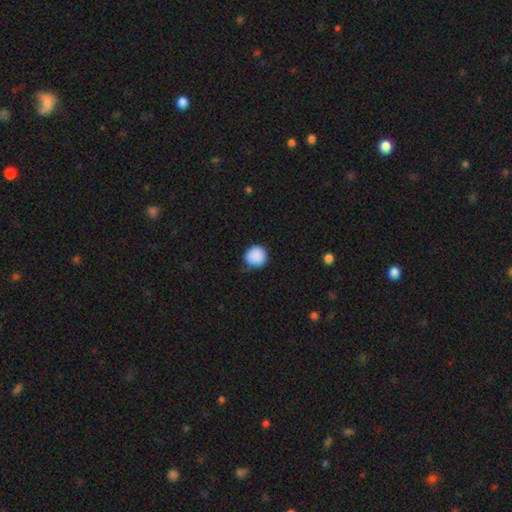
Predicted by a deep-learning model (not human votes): This is clearly a smooth galaxy (89%). How rounded: clearly round (91%). Merging: likely none (74%).